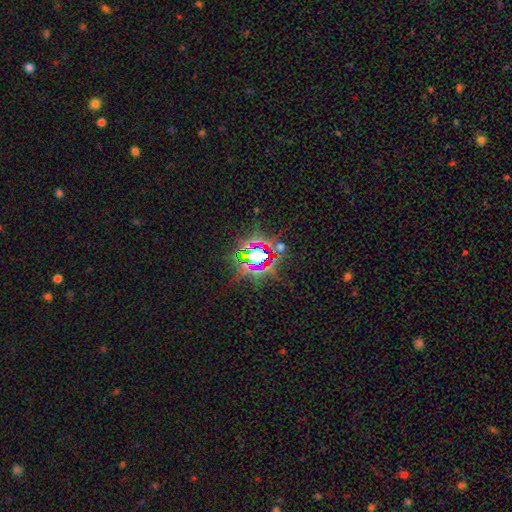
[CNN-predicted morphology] A star or artifact, not a galaxy (78%).

Vote fractions:
- Smooth or featured? star or artifact: 78% / smooth: 12% / featured or disk: 10%